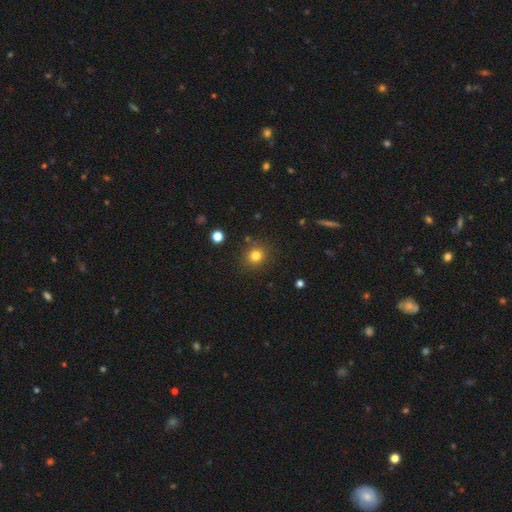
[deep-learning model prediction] smooth-or-featured: smooth: 80% | star or artifact: 14% | featured or disk: 7%
  how-rounded: round: 85% | in between: 14% | cigar-shaped: 1%
  merging: none: 85% | minor disturbance: 9% | merger: 3% | major disturbance: 3%